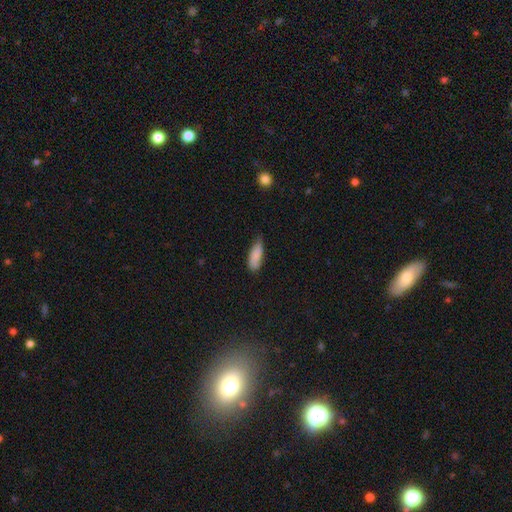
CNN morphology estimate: Smooth or featured? smooth (86%)
How rounded? in between (65%)
Merging? none (57%)